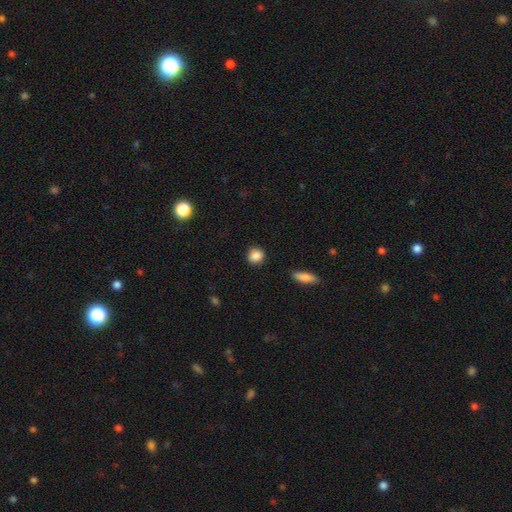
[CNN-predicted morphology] A smooth galaxy with no disk features (88%) that is round (87%).

Vote fractions:
- Smooth or featured? smooth: 88% / star or artifact: 9% / featured or disk: 4%
- How rounded? round: 87% / in between: 11% / cigar-shaped: 2%
- Merging? none: 89% / minor disturbance: 7% / major disturbance: 2% / merger: 1%